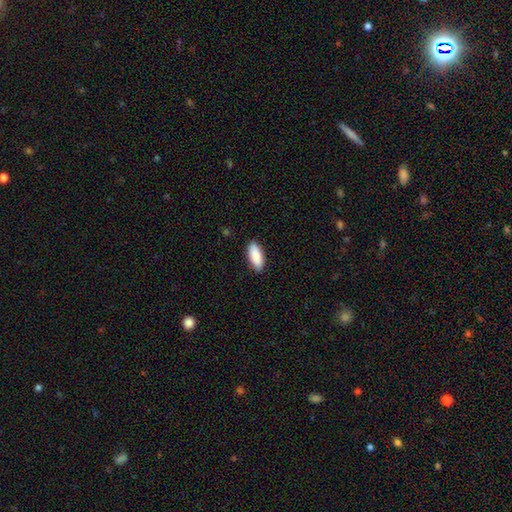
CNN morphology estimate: Smooth or featured: smooth — 91% (star or artifact — 5%)
How rounded: in between — 85% (cigar-shaped — 13%)
Merging: none — 88% (minor disturbance — 9%)